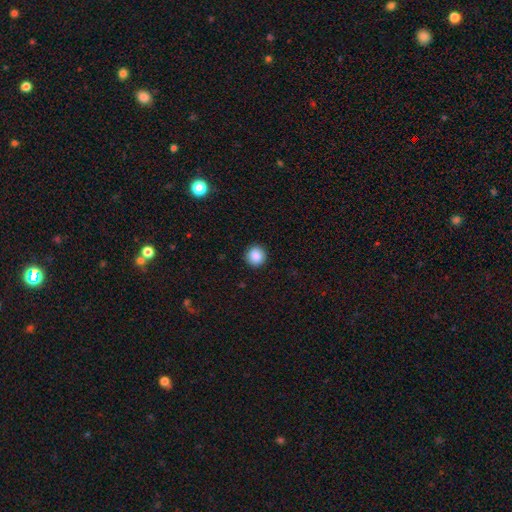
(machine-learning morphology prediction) A smooth galaxy with no disk features (88%) that is round (94%). Merging: none (92%).